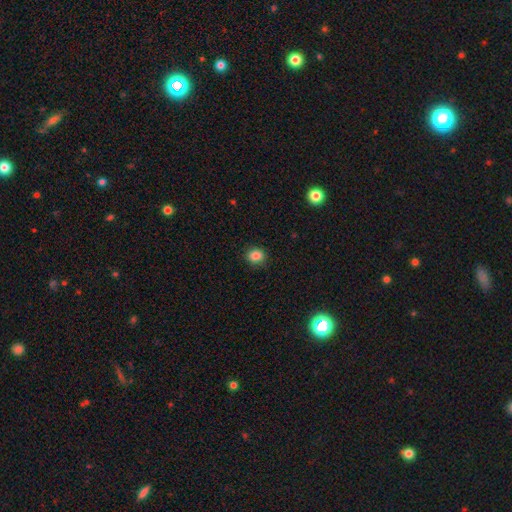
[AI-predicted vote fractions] A smooth galaxy with no disk features (85%) that is round (69%).

Vote fractions:
- Smooth or featured? smooth: 85% / star or artifact: 11% / featured or disk: 4%
- How rounded? round: 69% / in between: 30% / cigar-shaped: 1%
- Merging? none: 87% / minor disturbance: 9% / major disturbance: 2% / merger: 1%